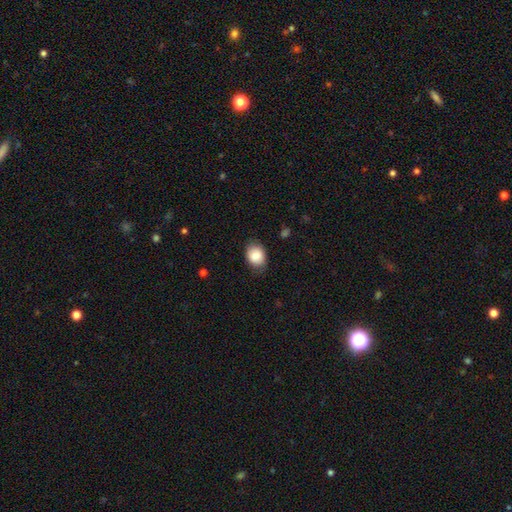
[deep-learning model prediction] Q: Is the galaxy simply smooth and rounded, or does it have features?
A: smooth — 84%.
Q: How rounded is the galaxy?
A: in between — 62%.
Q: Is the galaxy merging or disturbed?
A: none — 76%.